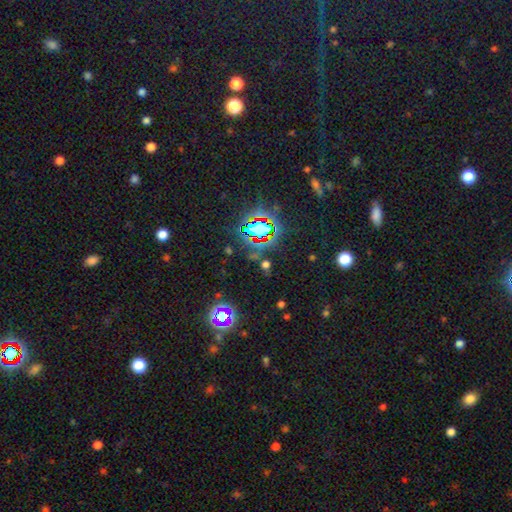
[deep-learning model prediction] This appears to be a star or artifact, not a galaxy (77%).